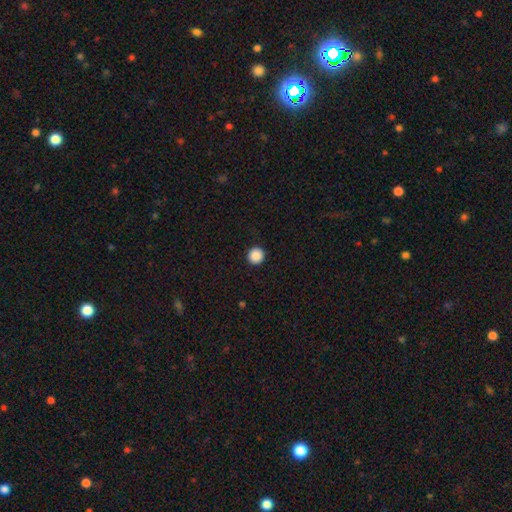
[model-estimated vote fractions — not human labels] Smooth or featured?
  - smooth: 89% *
  - star or artifact: 9%
  - featured or disk: 3%
How rounded?
  - round: 96% *
  - in between: 3%
  - cigar-shaped: 1%
Merging?
  - none: 94% *
  - minor disturbance: 4%
  - major disturbance: 1%
  - merger: 1%